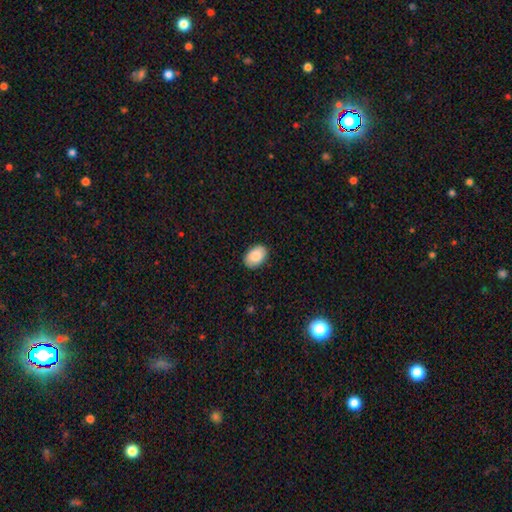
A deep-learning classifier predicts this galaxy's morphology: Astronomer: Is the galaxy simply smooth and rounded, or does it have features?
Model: smooth — 87%.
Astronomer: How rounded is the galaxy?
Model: in between — 86%.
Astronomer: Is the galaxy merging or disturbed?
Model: none — 88%.